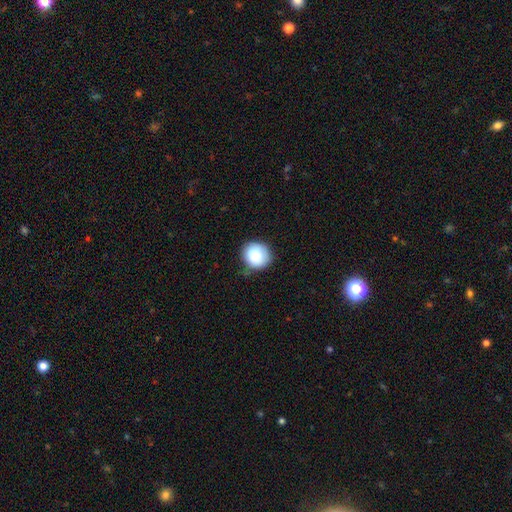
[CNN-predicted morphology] Smooth or featured? Predicted: smooth (p=0.85). How rounded? Predicted: round (p=0.88). Merging? Predicted: none (p=0.79).